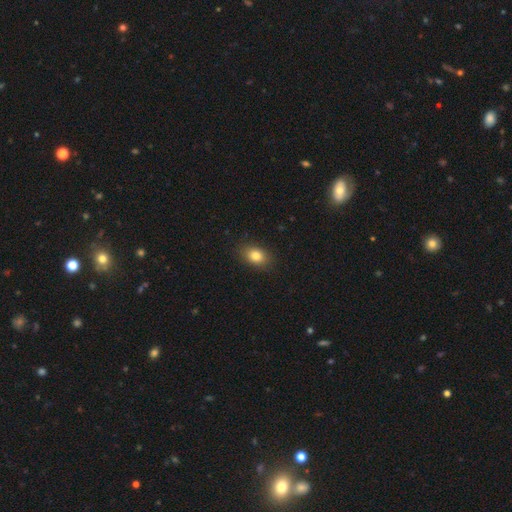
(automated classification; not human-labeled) smooth-or-featured: smooth: 82% | star or artifact: 10% | featured or disk: 8%
  how-rounded: in between: 77% | round: 22% | cigar-shaped: 2%
  merging: none: 88% | minor disturbance: 9% | major disturbance: 2% | merger: 1%